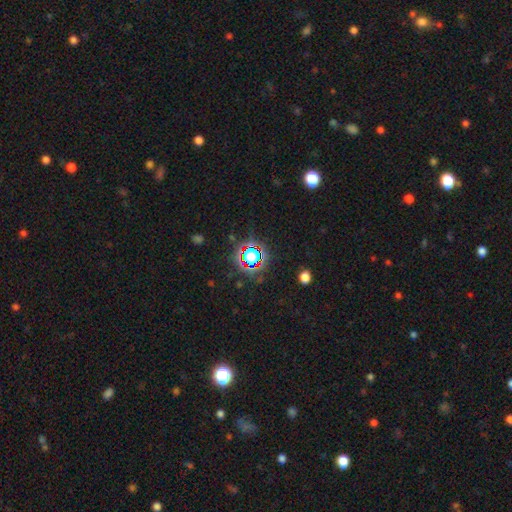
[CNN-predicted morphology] This appears to be a star or artifact, not a galaxy (74%).